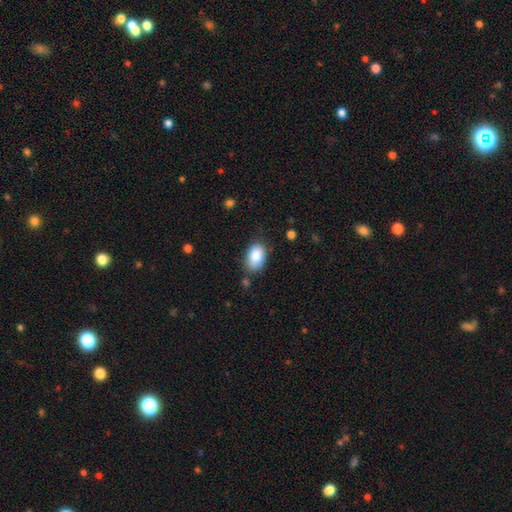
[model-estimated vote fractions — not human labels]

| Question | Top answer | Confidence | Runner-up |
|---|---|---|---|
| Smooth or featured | smooth | 86% | featured or disk (7%) |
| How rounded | in between | 89% | round (10%) |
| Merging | none | 74% | minor disturbance (19%) |